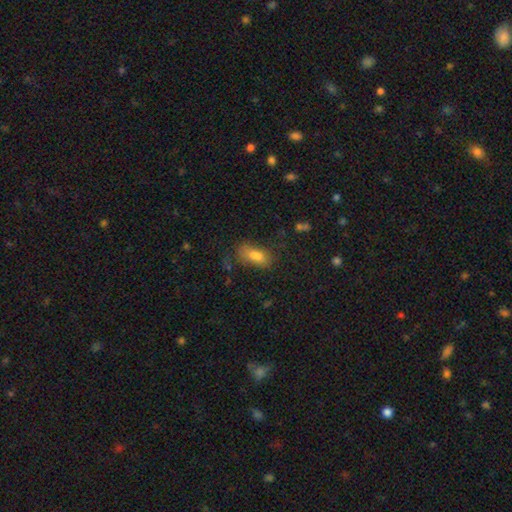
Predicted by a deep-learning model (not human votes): smooth-or-featured: smooth: 76% | featured or disk: 13% | star or artifact: 11%
  how-rounded: in between: 84% | cigar-shaped: 10% | round: 6%
  merging: none: 53% | minor disturbance: 24% | major disturbance: 14% | merger: 9%